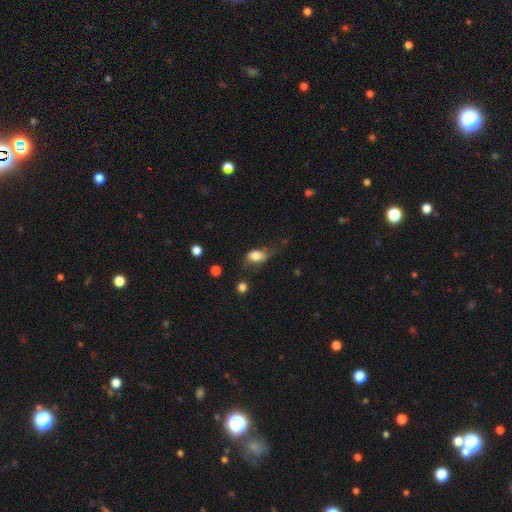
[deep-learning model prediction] smooth 73%, featured or disk 18%, star or artifact 9%. Down the decision tree: how rounded — in between (79%); merging — none (36%).